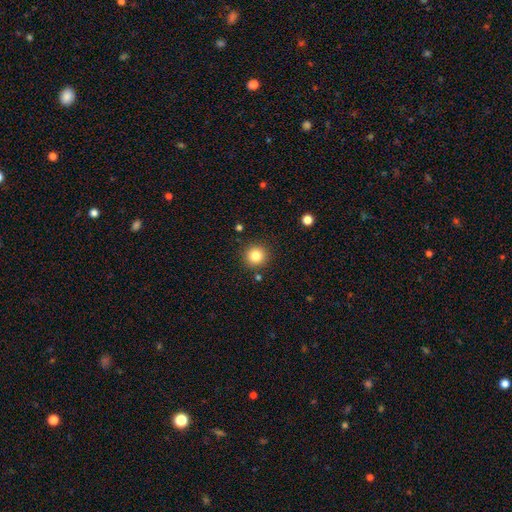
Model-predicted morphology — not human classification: The model was most divided on "smooth or featured": smooth: 83%, star or artifact: 11%, featured or disk: 6%. More confident: how rounded — round (94%); merging — none (89%).